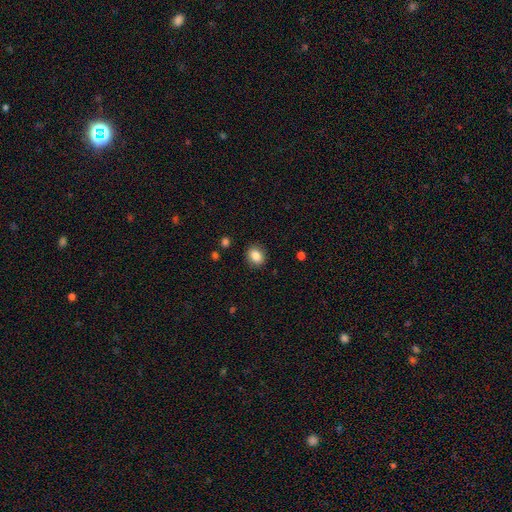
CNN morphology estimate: This appears to be a smooth galaxy with no disk features (85%) that is round (58%). Merging: none (88%).